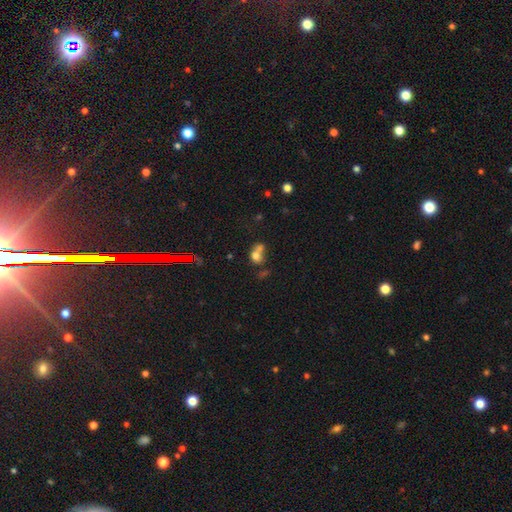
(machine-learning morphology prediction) smooth_or_featured: smooth (p=0.68) [alt: featured or disk p=0.18]
how_rounded: round (p=0.59) [alt: in between p=0.39]
merging: merger (p=0.60) [alt: none p=0.25]